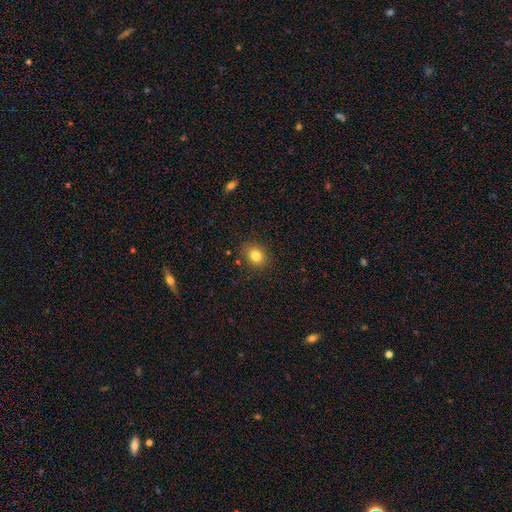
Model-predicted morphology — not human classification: Smooth or featured? smooth (81%)
How rounded? round (58%)
Merging? none (85%)